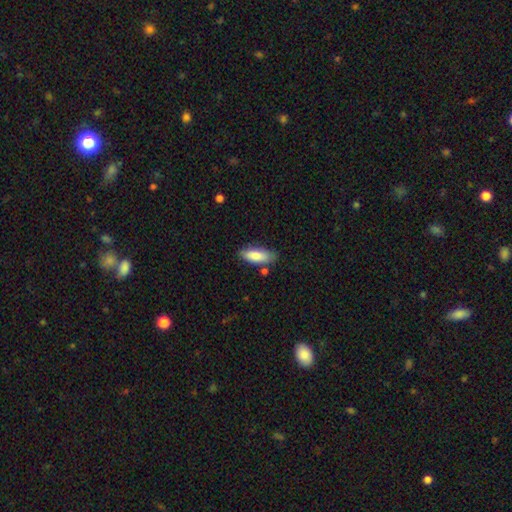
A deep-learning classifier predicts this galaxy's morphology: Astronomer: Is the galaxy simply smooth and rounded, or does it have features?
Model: smooth — 82%.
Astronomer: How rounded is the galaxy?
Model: in between — 71%.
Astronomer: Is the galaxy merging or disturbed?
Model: none — 75%.